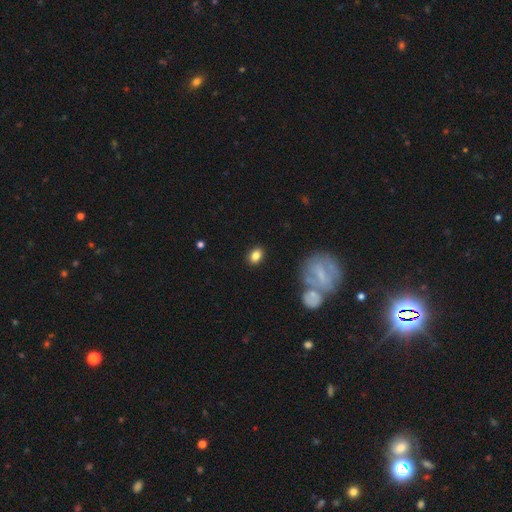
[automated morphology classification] smooth 81%, featured or disk 10%, star or artifact 9%. Down the decision tree: how rounded — in between (71%); merging — none (85%).